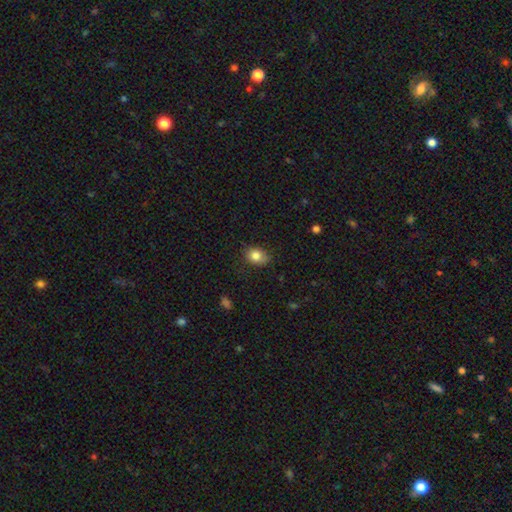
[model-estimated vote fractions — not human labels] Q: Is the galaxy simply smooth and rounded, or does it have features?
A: smooth — 83%.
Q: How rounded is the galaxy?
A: in between — 64%.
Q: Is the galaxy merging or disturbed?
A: none — 71%.